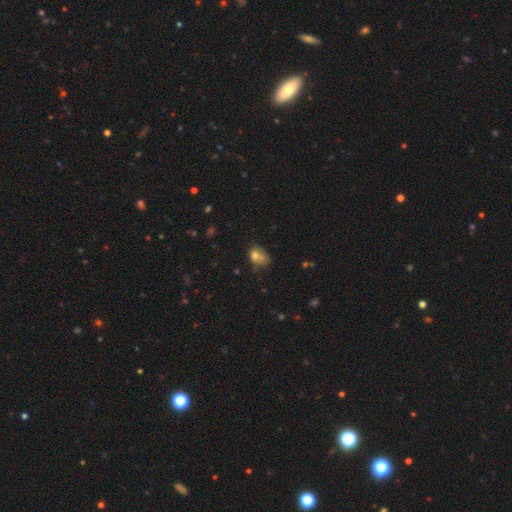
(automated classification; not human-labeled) Smooth or featured? Predicted: smooth (p=0.72). How rounded? Predicted: in between (p=0.70). Merging? Predicted: minor disturbance (p=0.33, tied with none).